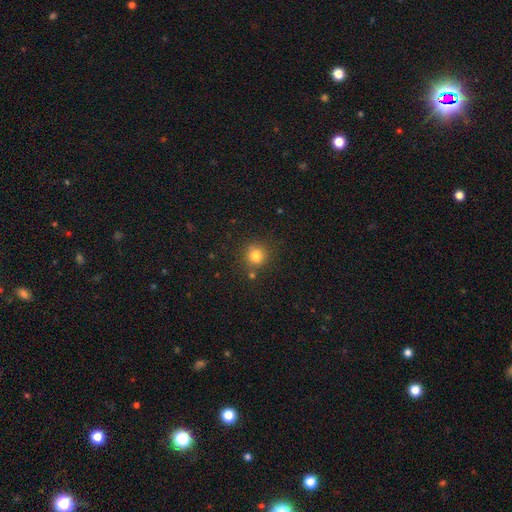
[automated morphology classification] Q: Smooth or featured?
A: smooth (81%); runner-up: star or artifact (13%)
Q: How rounded?
A: round (90%); runner-up: in between (9%)
Q: Merging?
A: none (79%); runner-up: minor disturbance (10%)